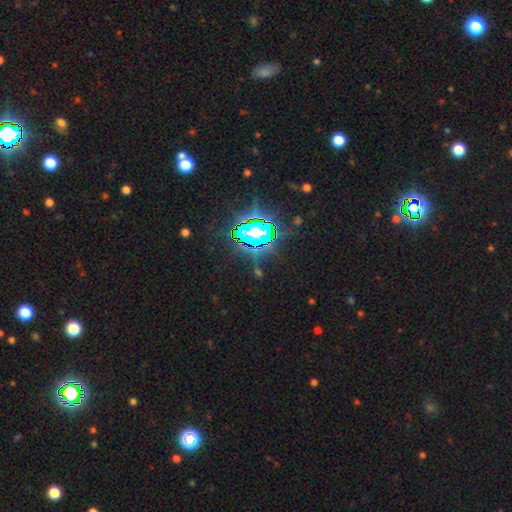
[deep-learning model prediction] smooth-or-featured: star or artifact: 80% | smooth: 12% | featured or disk: 8%